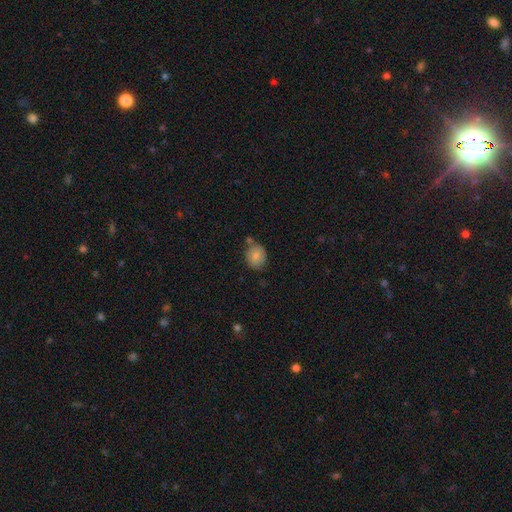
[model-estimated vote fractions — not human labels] Smooth or featured? Predicted: smooth (p=0.80). How rounded? Predicted: round (p=0.64). Merging? Predicted: none (p=0.66).